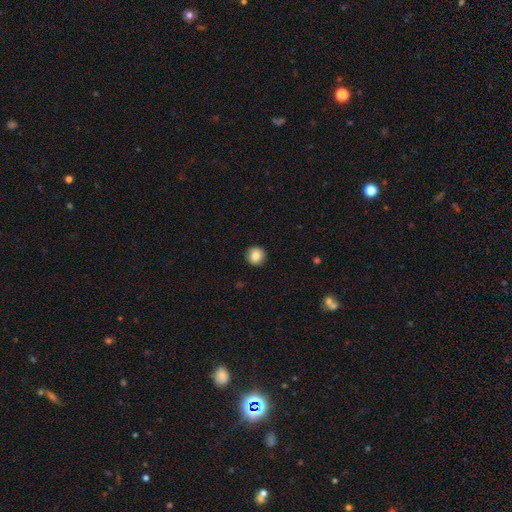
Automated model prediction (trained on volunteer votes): A smooth galaxy with no disk features (85%) that is round (95%). Merging: none (92%).